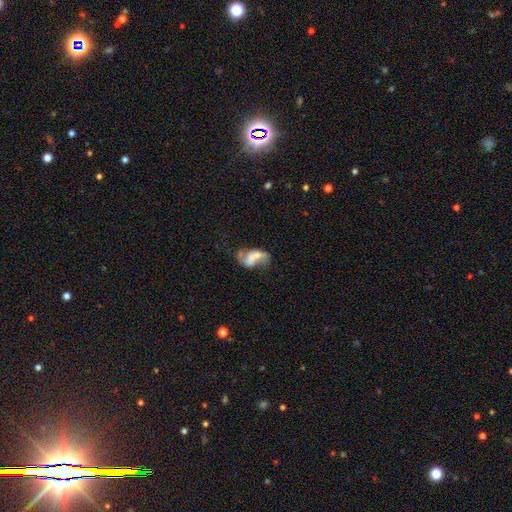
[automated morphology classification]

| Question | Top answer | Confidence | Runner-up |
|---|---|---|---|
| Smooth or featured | featured or disk | 55% | smooth (35%) |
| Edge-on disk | no | 96% | yes (4%) |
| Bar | no | 64% | weak (25%) |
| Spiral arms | yes | 50% | tied: no (50%) |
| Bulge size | moderate | 31% | none (28%) |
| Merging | merger | 30% | none (27%) |